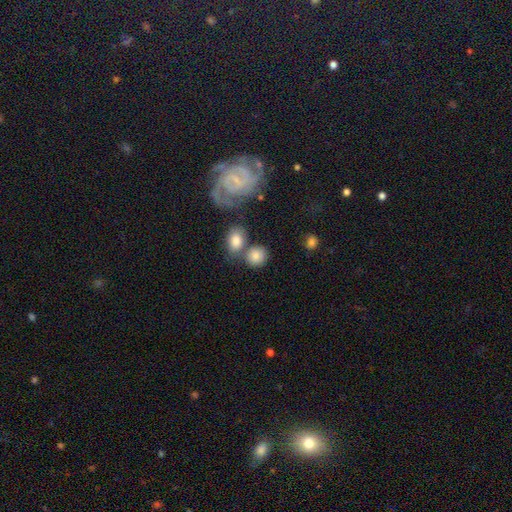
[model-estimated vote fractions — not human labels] A smooth galaxy with no disk features (80%) that is round (70%).

Vote fractions:
- Smooth or featured? smooth: 80% / featured or disk: 12% / star or artifact: 8%
- How rounded? round: 70% / in between: 28% / cigar-shaped: 1%
- Merging? none: 57% / merger: 25% / minor disturbance: 12% / major disturbance: 6%